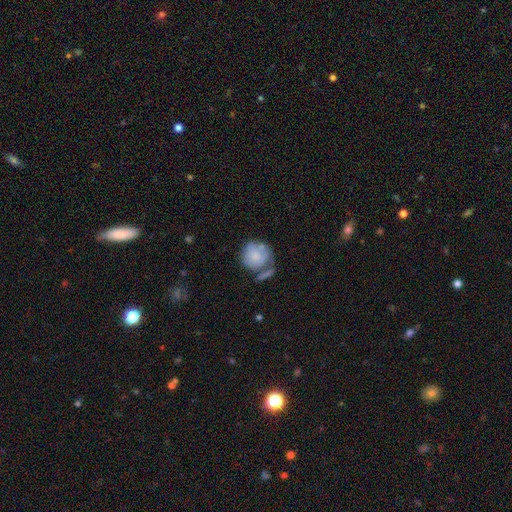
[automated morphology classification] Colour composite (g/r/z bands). It shows a smooth galaxy with no disk features (73%) that is round (86%). Merging: none (46%).